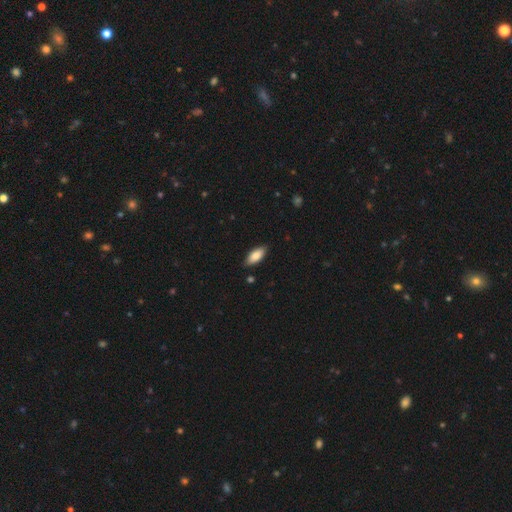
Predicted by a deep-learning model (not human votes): A smooth galaxy with no disk features (82%) that is in between round and cigar-shaped (84%). Merging: none (85%).